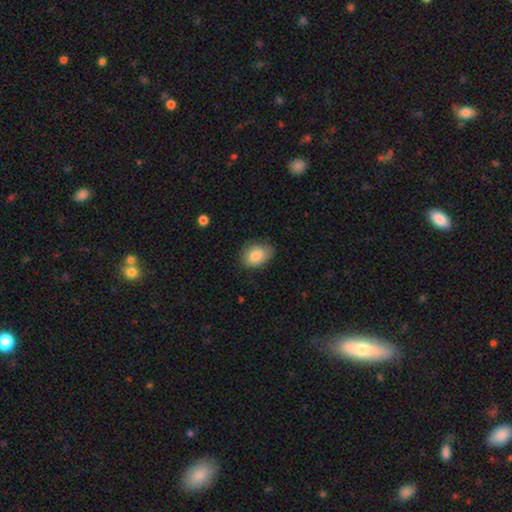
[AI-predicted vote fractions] Overall: smooth (84%). How rounded: in between (77%). Merging: none (73%).